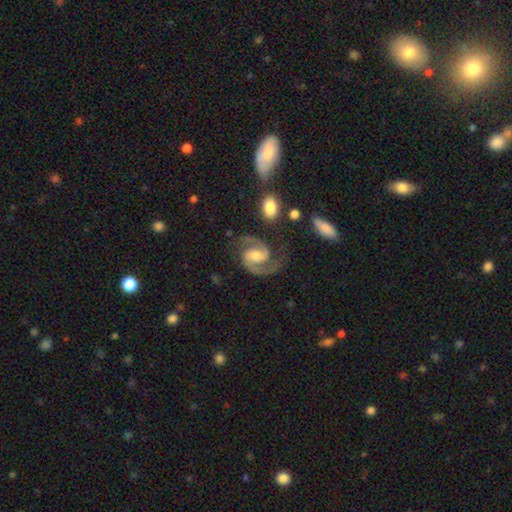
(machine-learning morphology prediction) type=featured or disk (92%); edge-on=no (98%); bar=weak (45%); spiral arms=yes (98%); winding=medium (63%); arm count=2 (94%); bulge=moderate (59%); merging=none (76%).